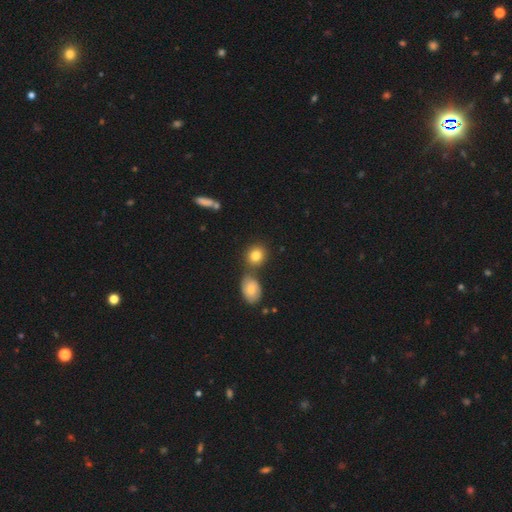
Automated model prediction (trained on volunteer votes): Overall: smooth (83%). How rounded: round (70%). Merging: none (62%; merger 26%).